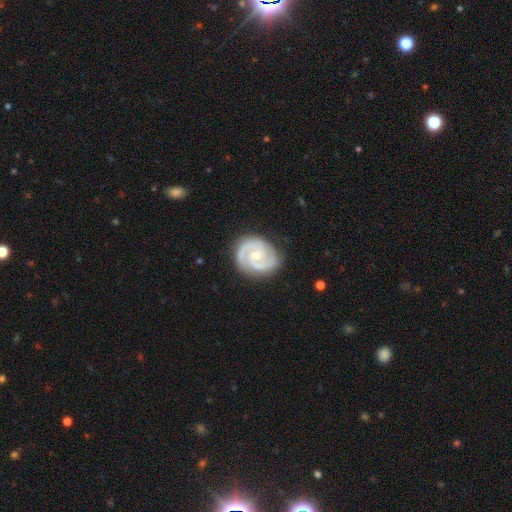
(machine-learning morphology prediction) A featured or disk galaxy (90%) with no bar (61%), 2 (87%) tight (61%) spiral arms (98%) and a small central bulge (52%).

Vote fractions:
- Smooth or featured? featured or disk: 90% / smooth: 6% / star or artifact: 4%
- Edge-on disk? no: 98% / yes: 2%
- Bar? no: 61% / weak: 32% / strong: 7%
- Spiral arms? yes: 98% / no: 2%
- Spiral winding? tight: 61% / medium: 34% / loose: 4%
- Spiral arm count? 2: 87% / 3: 6% / can't tell: 3% / 1: 2% / 4: 1% / more than 4: 1%
- Bulge size? small: 52% / moderate: 44% / none: 2% / large: 1% / dominant: 1%
- Merging? none: 82% / minor disturbance: 13% / major disturbance: 3% / merger: 1%